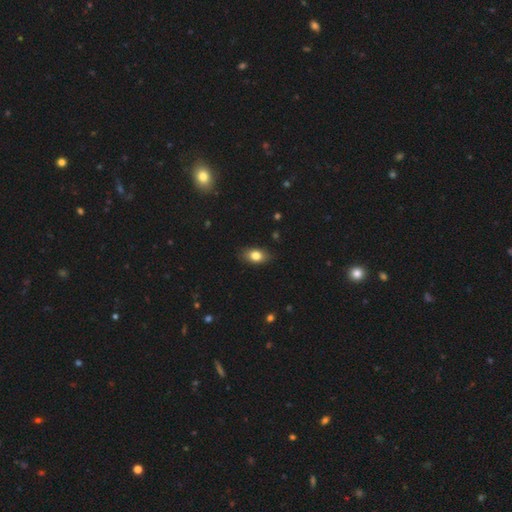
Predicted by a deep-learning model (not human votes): Smooth or featured? smooth (80%)
How rounded? in between (84%)
Merging? none (84%)